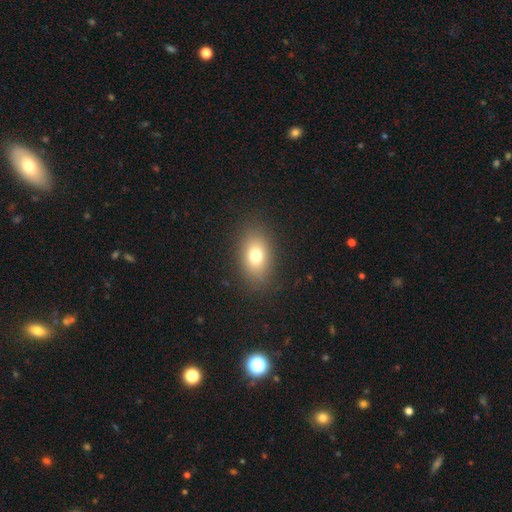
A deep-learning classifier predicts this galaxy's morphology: A smooth galaxy with no disk features (75%) that is in between round and cigar-shaped (78%).

Vote fractions:
- Smooth or featured? smooth: 75% / star or artifact: 13% / featured or disk: 13%
- How rounded? in between: 78% / round: 20% / cigar-shaped: 2%
- Merging? none: 86% / minor disturbance: 9% / major disturbance: 4% / merger: 1%